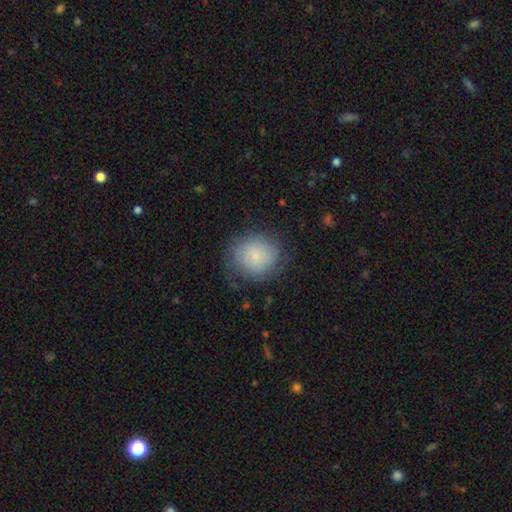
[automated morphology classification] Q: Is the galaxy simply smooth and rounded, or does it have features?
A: smooth — 74%.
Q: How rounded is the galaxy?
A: round — 84%.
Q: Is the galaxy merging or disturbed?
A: none — 72%.